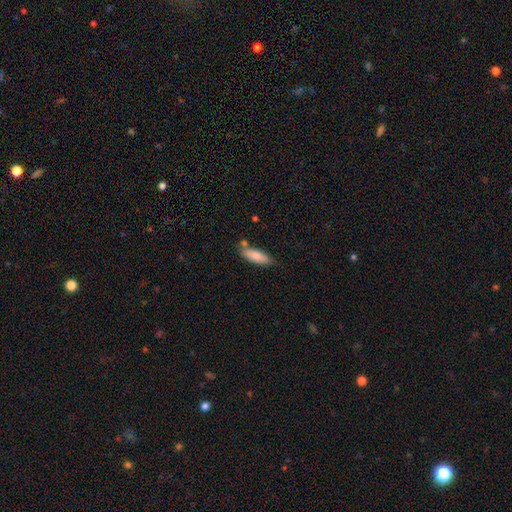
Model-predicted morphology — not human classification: Overall: smooth (83%). How rounded: in between (59%; cigar-shaped 39%). Merging: none (69%).